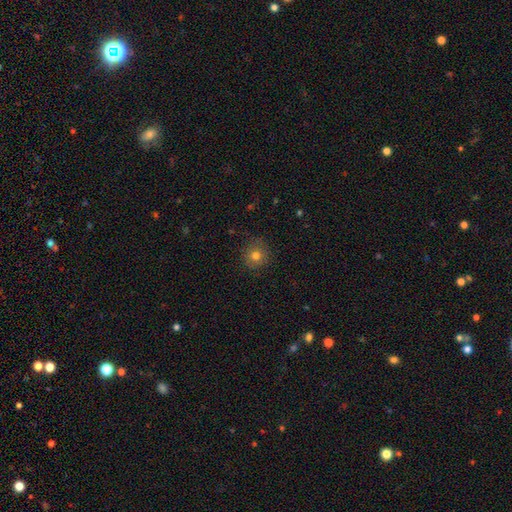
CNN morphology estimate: Q: Smooth or featured?
A: smooth (76%); runner-up: star or artifact (13%)
Q: How rounded?
A: round (89%); runner-up: in between (10%)
Q: Merging?
A: none (85%); runner-up: minor disturbance (11%)